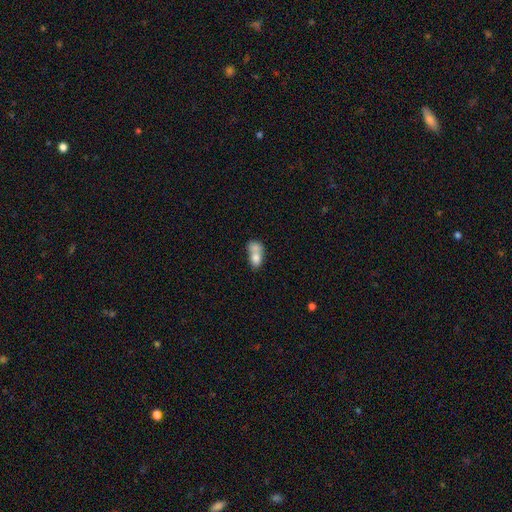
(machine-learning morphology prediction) Smooth or featured: smooth — 72% (featured or disk — 20%)
How rounded: in between — 74% (round — 22%)
Merging: merger — 69% (none — 17%)